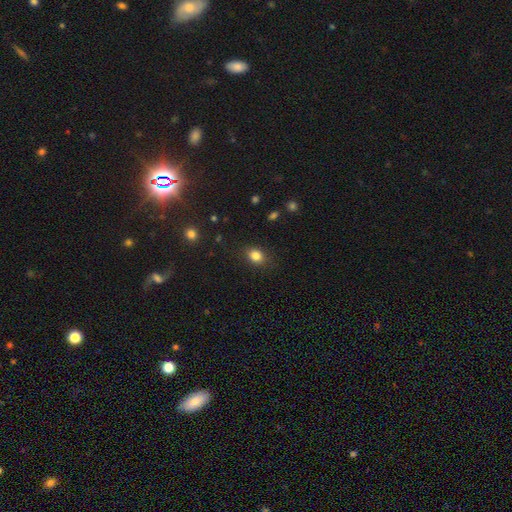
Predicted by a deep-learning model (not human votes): Smooth or featured? Predicted: smooth (p=0.83). How rounded? Predicted: in between (p=0.53). Merging? Predicted: none (p=0.84).